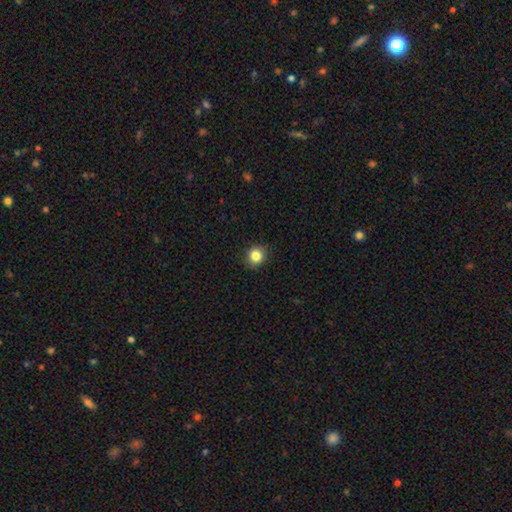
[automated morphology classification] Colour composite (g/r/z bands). It shows a smooth galaxy with no disk features (84%) that is round (86%). Merging: none (89%).